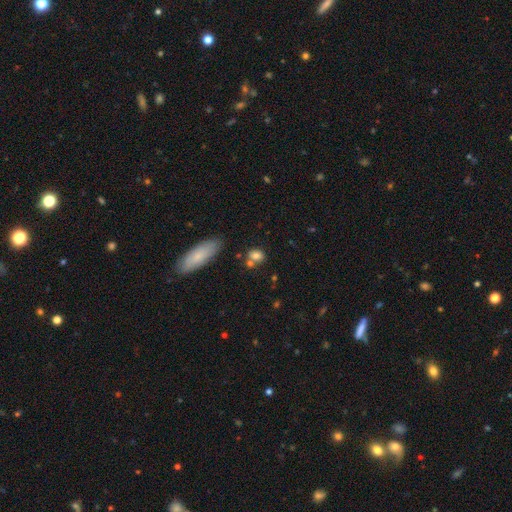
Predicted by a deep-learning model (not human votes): smooth-or-featured: smooth: 76% | featured or disk: 12% | star or artifact: 11%
  how-rounded: round: 48% (tied) | in between: 48% (tied) | cigar-shaped: 4%
  merging: none: 58% | merger: 24% | minor disturbance: 14% | major disturbance: 4%